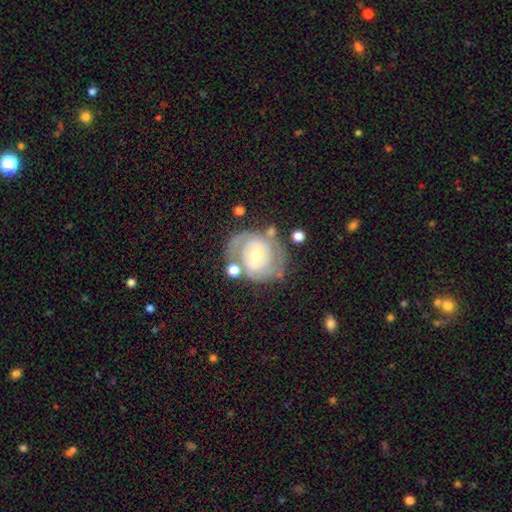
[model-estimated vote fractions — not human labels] A featured or disk galaxy (79%) with no bar (51%), 2 (65%) tight (60%) spiral arms (87%) and a moderate central bulge (58%). Merging: none (62%).